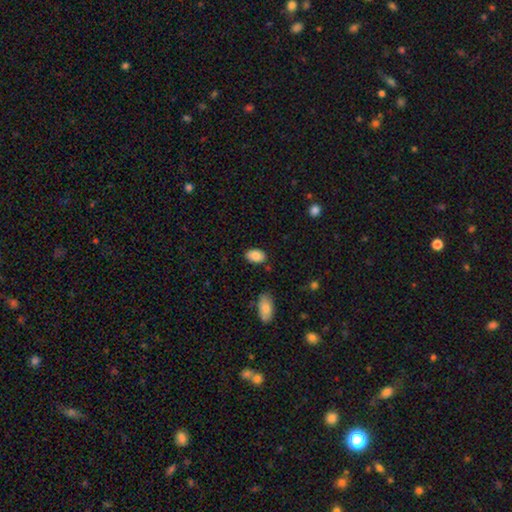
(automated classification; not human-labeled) smooth_or_featured: smooth (p=0.87) [alt: star or artifact p=0.07]
how_rounded: in between (p=0.91) [alt: round p=0.08]
merging: none (p=0.84) [alt: minor disturbance p=0.11]